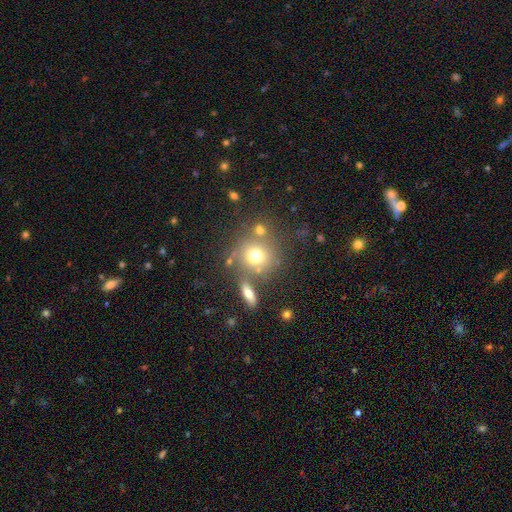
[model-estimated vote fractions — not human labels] This is likely a smooth galaxy (69%). How rounded: clearly round (87%). Merging: likely none (64%).